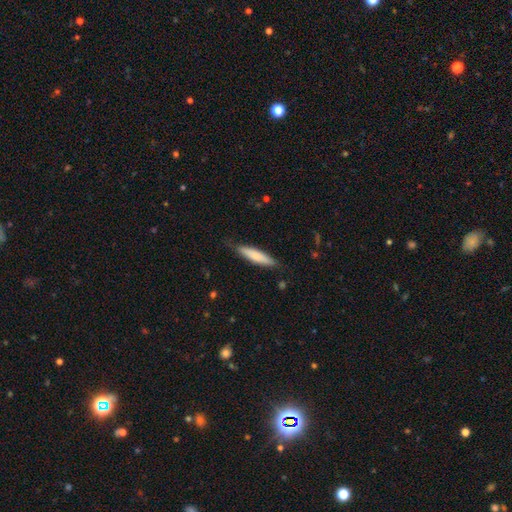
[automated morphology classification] Smooth or featured?
  - smooth: 74% *
  - featured or disk: 20%
  - star or artifact: 5%
How rounded?
  - cigar-shaped: 81% *
  - in between: 17%
  - round: 1%
Merging?
  - none: 81% *
  - minor disturbance: 15%
  - major disturbance: 3%
  - merger: 1%